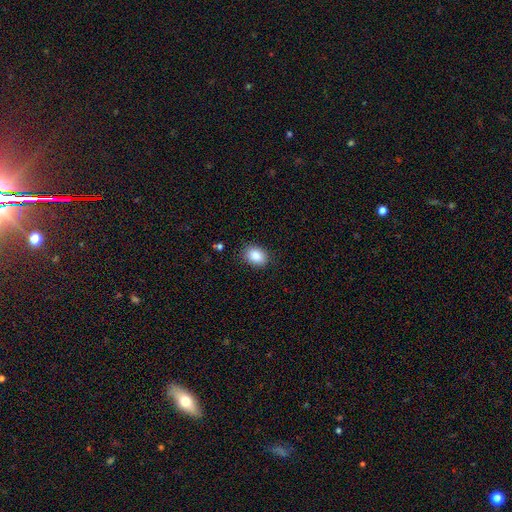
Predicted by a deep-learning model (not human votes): smooth 87%, star or artifact 8%, featured or disk 4%. Down the decision tree: how rounded — in between (74%); merging — none (86%).